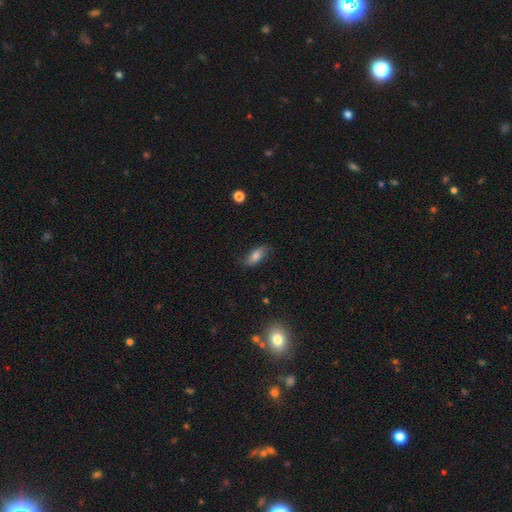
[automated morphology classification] Smooth or featured: smooth — 78% (featured or disk — 15%)
How rounded: in between — 79% (cigar-shaped — 18%)
Merging: none — 79% (minor disturbance — 17%)